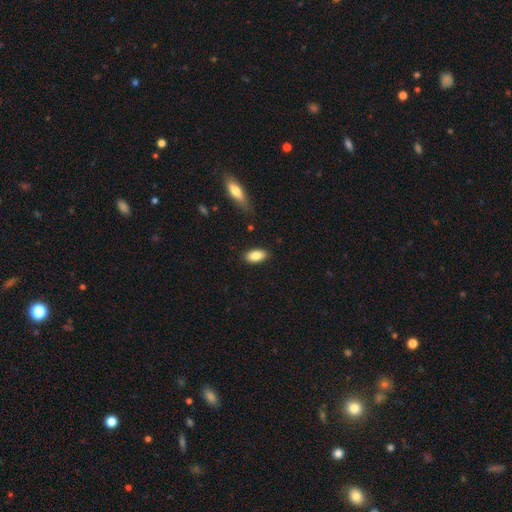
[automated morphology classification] This appears to be a smooth galaxy with no disk features (86%) that is in between round and cigar-shaped (91%). Merging: none (86%).